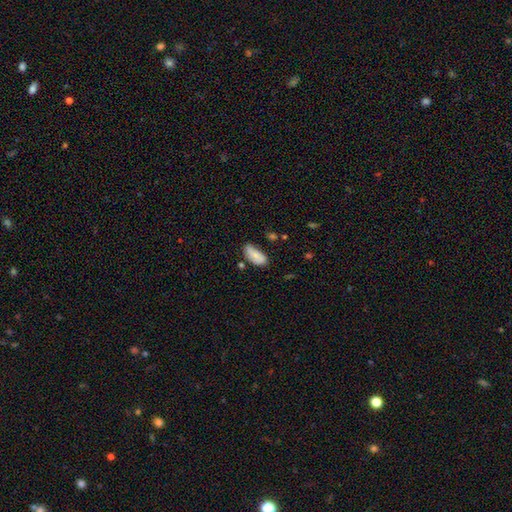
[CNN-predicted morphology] Q: Smooth or featured?
A: smooth (72%); runner-up: featured or disk (21%)
Q: How rounded?
A: in between (91%); runner-up: cigar-shaped (7%)
Q: Merging?
A: none (62%); runner-up: minor disturbance (28%)